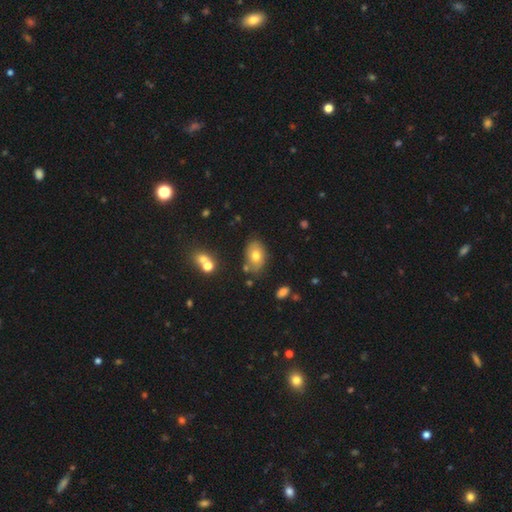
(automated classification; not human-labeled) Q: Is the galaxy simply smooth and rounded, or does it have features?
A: smooth — 70%.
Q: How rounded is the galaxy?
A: in between — 84%.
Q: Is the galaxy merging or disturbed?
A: none — 71%.